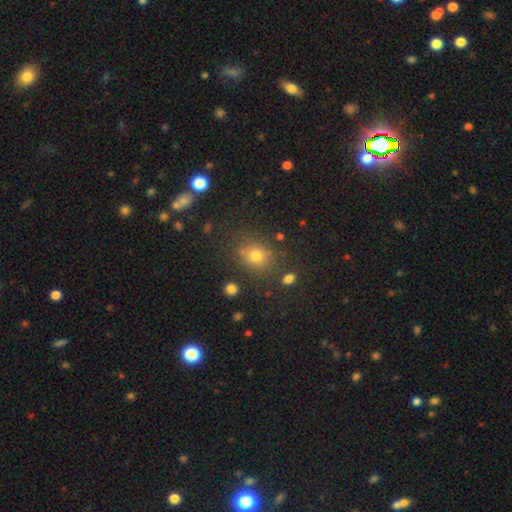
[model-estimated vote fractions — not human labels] A smooth galaxy with no disk features (73%) that is round (69%). Merging: none (79%).